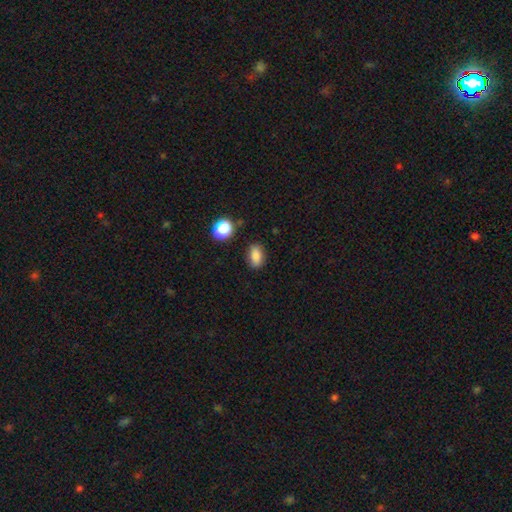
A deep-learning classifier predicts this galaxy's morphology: Q: Smooth or featured?
A: smooth (84%); runner-up: star or artifact (10%)
Q: How rounded?
A: in between (84%); runner-up: round (13%)
Q: Merging?
A: none (84%); runner-up: minor disturbance (11%)